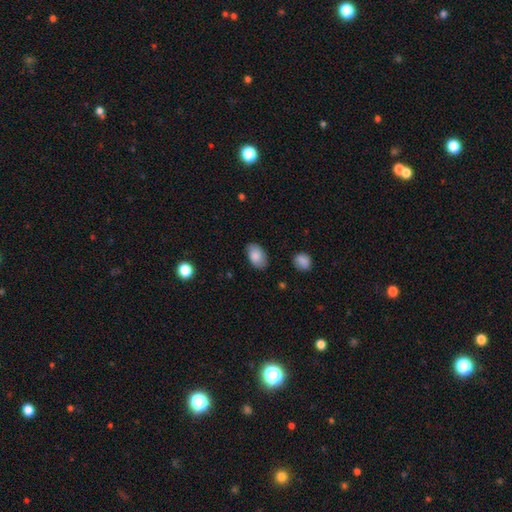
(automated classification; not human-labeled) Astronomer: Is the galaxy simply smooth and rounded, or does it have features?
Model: smooth — 84%.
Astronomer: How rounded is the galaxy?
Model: in between — 92%.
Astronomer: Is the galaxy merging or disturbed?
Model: none — 83%.